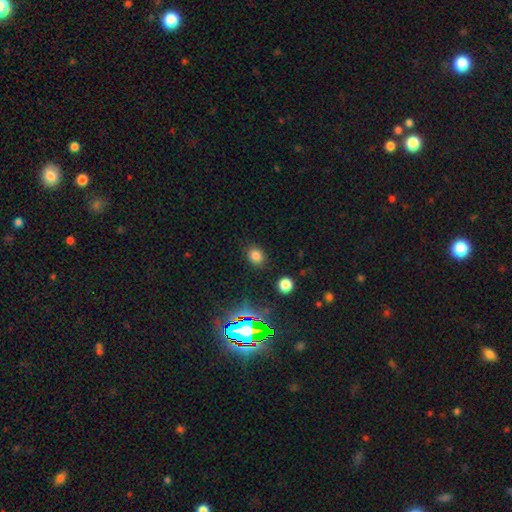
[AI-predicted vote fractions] Smooth or featured: smooth — 75% (star or artifact — 19%)
How rounded: round — 68% (in between — 31%)
Merging: none — 86% (minor disturbance — 9%)